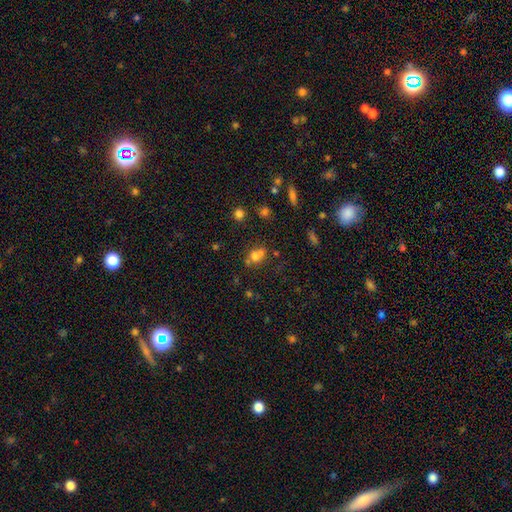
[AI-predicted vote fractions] A smooth galaxy with no disk features (68%) that is round (50%). Merging: none (42%).